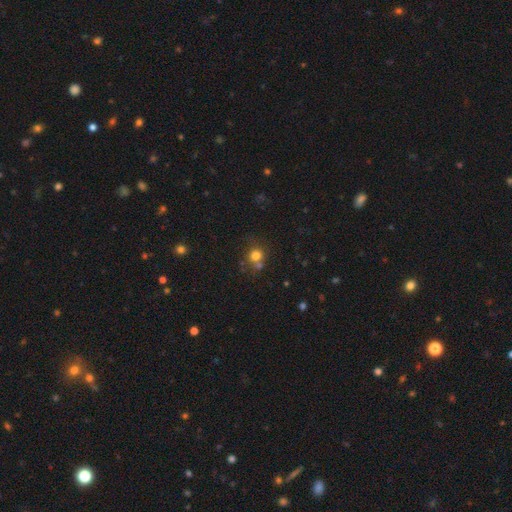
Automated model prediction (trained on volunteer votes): Smooth or featured: smooth — 76% (star or artifact — 15%)
How rounded: round — 87% (in between — 12%)
Merging: none — 59% (merger — 23%)